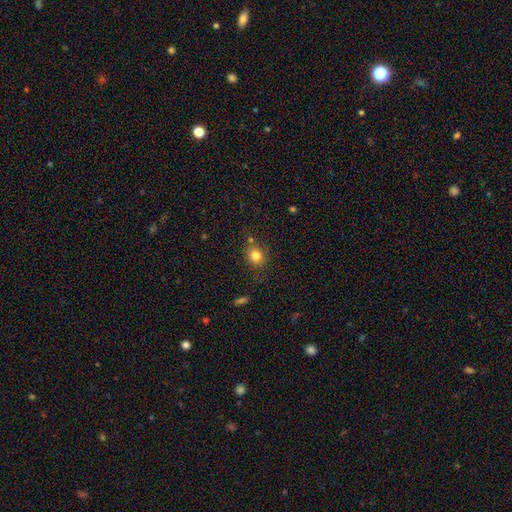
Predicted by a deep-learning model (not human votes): A smooth galaxy with no disk features (81%) that is round (69%). Merging: none (75%).